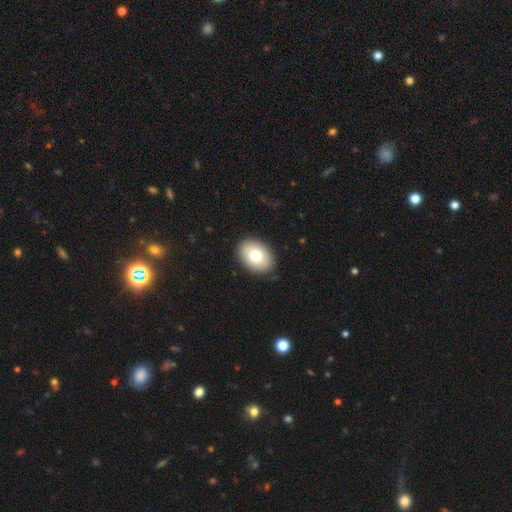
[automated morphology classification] A smooth galaxy with no disk features (77%) that is in between round and cigar-shaped (82%). Merging: none (89%).